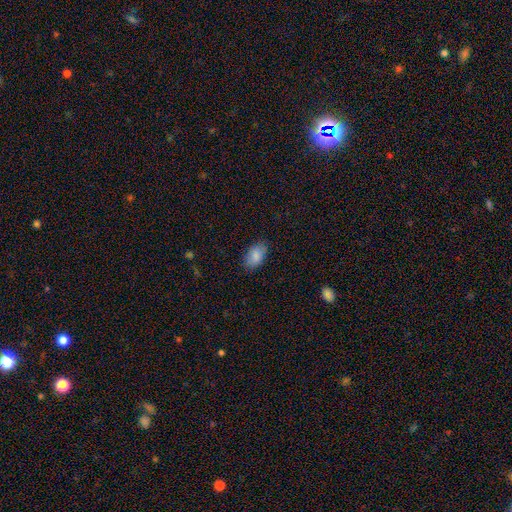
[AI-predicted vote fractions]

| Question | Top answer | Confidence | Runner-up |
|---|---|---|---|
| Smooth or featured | smooth | 87% | star or artifact (7%) |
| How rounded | in between | 92% | round (6%) |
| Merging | none | 82% | minor disturbance (13%) |